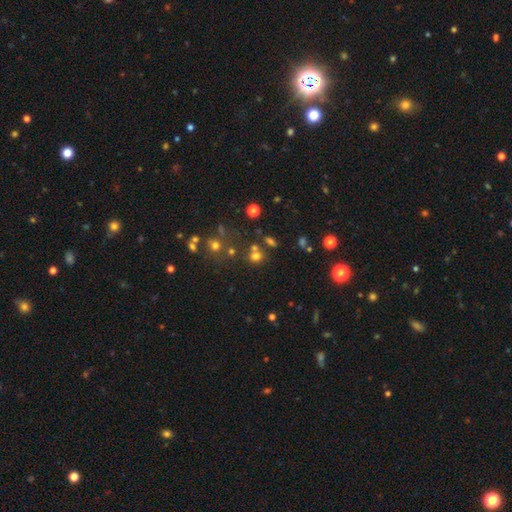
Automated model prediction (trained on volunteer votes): A smooth galaxy with no disk features (65%) that is round (71%).

Vote fractions:
- Smooth or featured? smooth: 65% / star or artifact: 24% / featured or disk: 10%
- How rounded? round: 71% / in between: 28% / cigar-shaped: 1%
- Merging? none: 59% / merger: 25% / minor disturbance: 10% / major disturbance: 5%